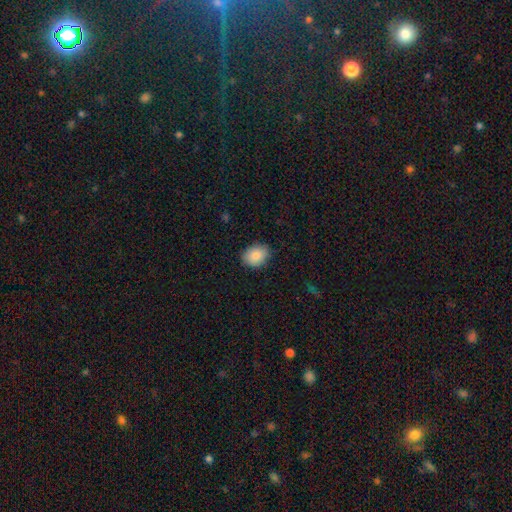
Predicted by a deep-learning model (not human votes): The model was most divided on "how rounded": in between: 63%, round: 36%, cigar-shaped: 1%. More confident: smooth or featured — smooth (87%); merging — none (85%).